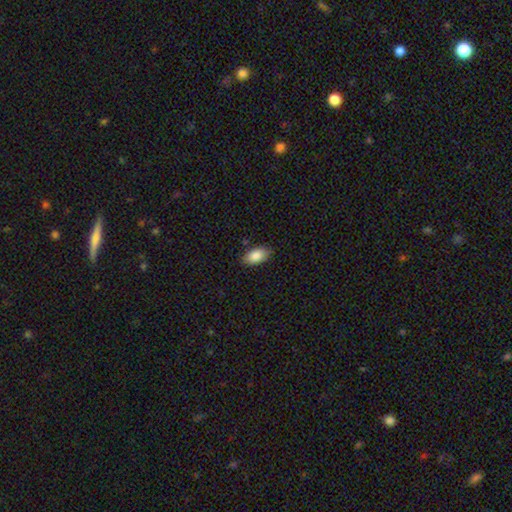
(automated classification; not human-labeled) smooth-or-featured: smooth: 87% | star or artifact: 7% | featured or disk: 6%
  how-rounded: in between: 93% | round: 4% | cigar-shaped: 3%
  merging: none: 84% | minor disturbance: 12% | major disturbance: 2% | merger: 1%